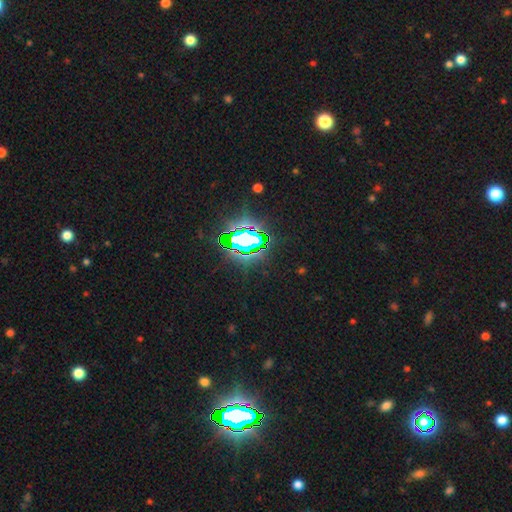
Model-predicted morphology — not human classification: Smooth or featured: star or artifact — 84% (smooth — 9%)